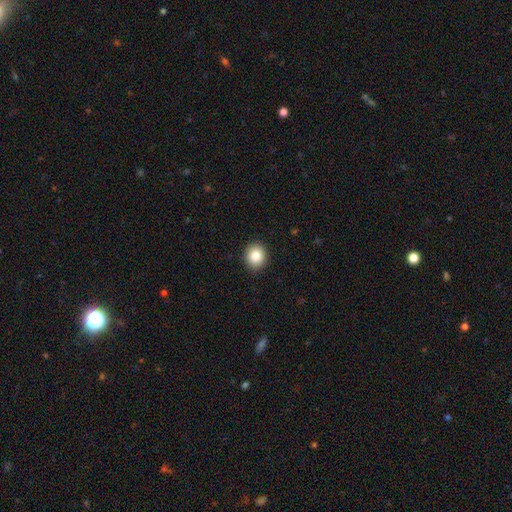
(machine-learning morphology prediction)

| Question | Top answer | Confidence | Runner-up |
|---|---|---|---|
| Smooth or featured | smooth | 83% | star or artifact (10%) |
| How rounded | round | 85% | in between (15%) |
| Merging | none | 91% | minor disturbance (6%) |